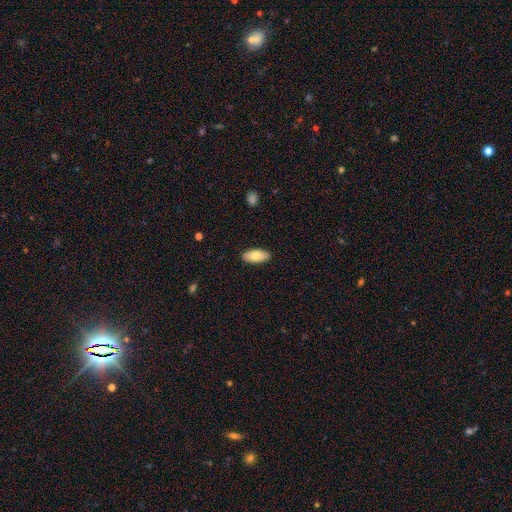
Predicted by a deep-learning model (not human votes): Smooth or featured? smooth (81%)
How rounded? in between (89%)
Merging? none (89%)